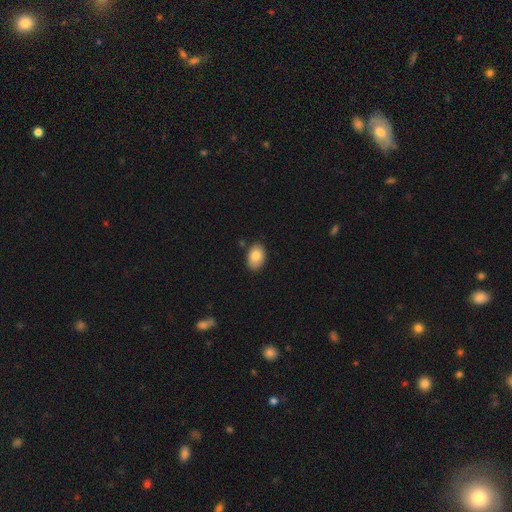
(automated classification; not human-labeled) Overall: smooth (83%). How rounded: in between (86%). Merging: none (85%).